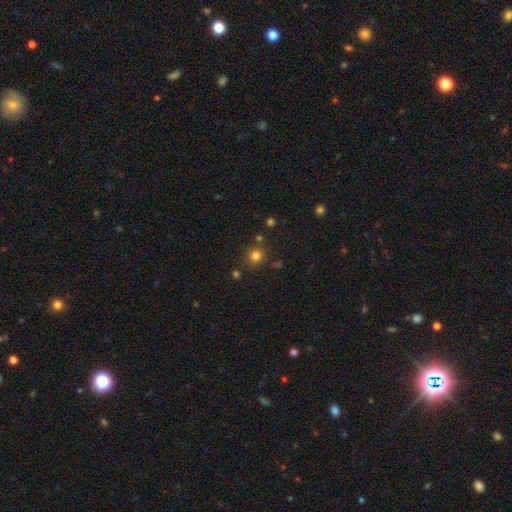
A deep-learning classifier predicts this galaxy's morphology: A smooth galaxy with no disk features (78%) that is round (91%).

Vote fractions:
- Smooth or featured? smooth: 78% / star or artifact: 16% / featured or disk: 6%
- How rounded? round: 91% / in between: 8% / cigar-shaped: 1%
- Merging? none: 83% / minor disturbance: 8% / merger: 6% / major disturbance: 3%